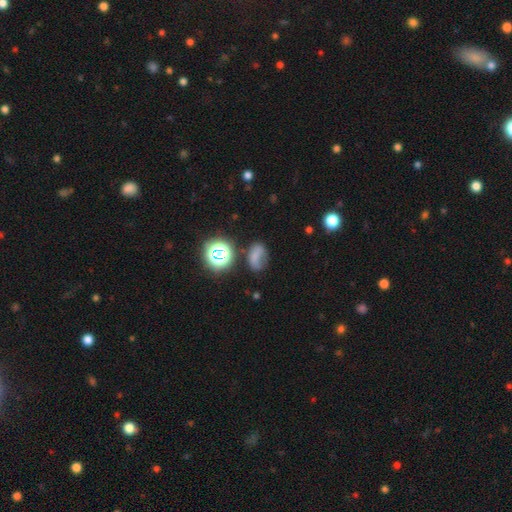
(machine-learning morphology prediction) This is likely a smooth galaxy (62%). How rounded: likely in between (76%). Merging: possibly none (50%).